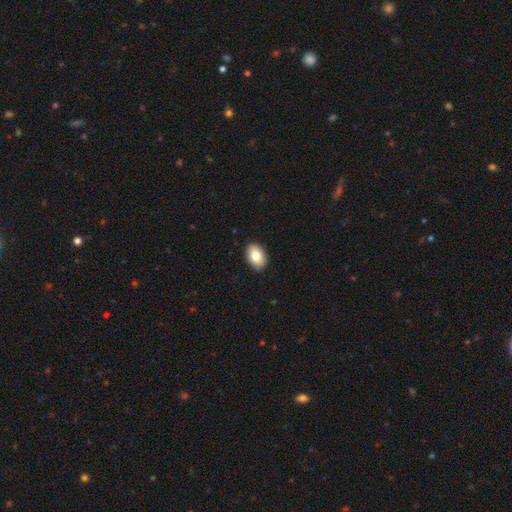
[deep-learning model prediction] Smooth or featured: smooth — 82% (featured or disk — 10%)
How rounded: in between — 86% (round — 13%)
Merging: none — 90% (minor disturbance — 8%)